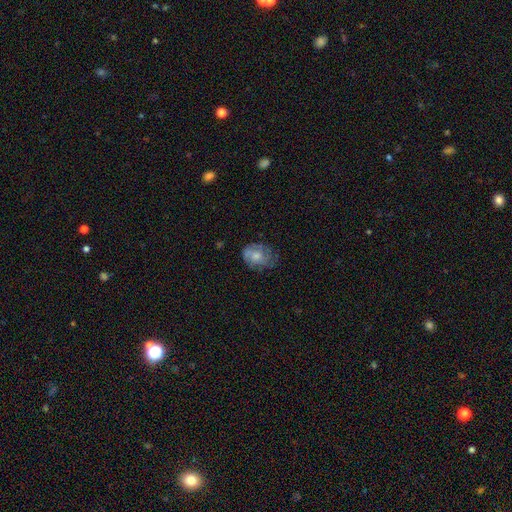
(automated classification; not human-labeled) A smooth galaxy with no disk features (57%) that is in between round and cigar-shaped (62%).

Vote fractions:
- Smooth or featured? smooth: 57% / featured or disk: 35% / star or artifact: 8%
- How rounded? in between: 62% / round: 37% / cigar-shaped: 1%
- Merging? none: 54% / minor disturbance: 30% / major disturbance: 15% / merger: 2%